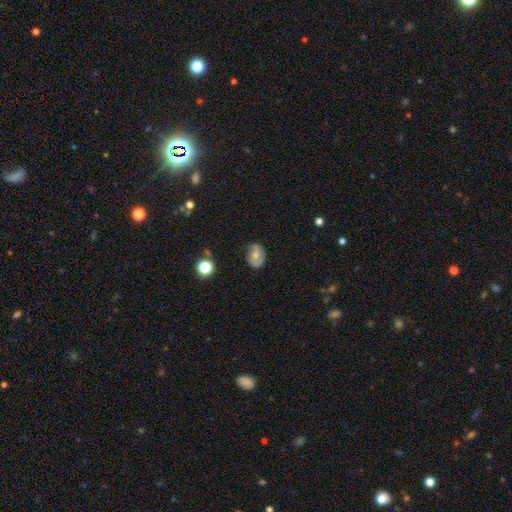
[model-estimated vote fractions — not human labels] Smooth or featured? Predicted: featured or disk (p=0.56). Edge-on disk? Predicted: no (p=0.97). Bar? Predicted: no (p=0.56). Spiral arms? Predicted: yes (p=0.79). Bulge size? Predicted: moderate (p=0.58). Merging? Predicted: none (p=0.61).